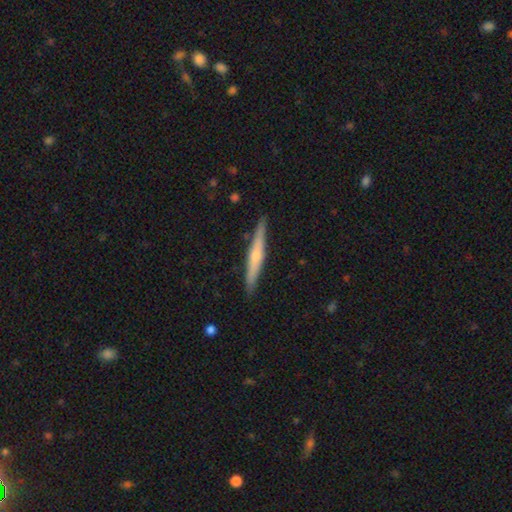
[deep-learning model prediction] Smooth or featured?
  - featured or disk: 58% *
  - smooth: 37%
  - star or artifact: 6%
Edge-on disk?
  - yes: 96% *
  - no: 4%
Edge-on bulge?
  - rounded: 71% *
  - none: 23%
  - boxy: 6%
Merging?
  - none: 89% *
  - minor disturbance: 8%
  - major disturbance: 1%
  - merger: 1%